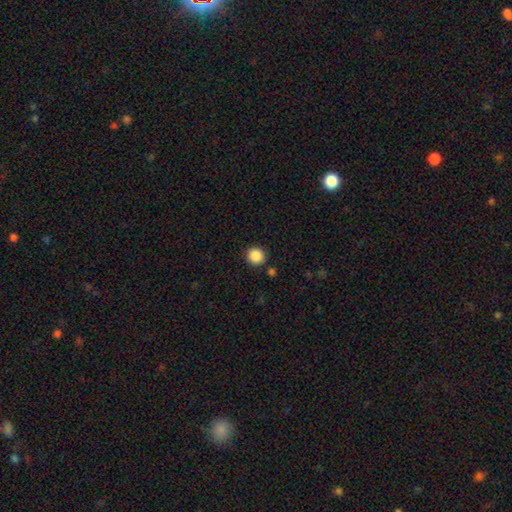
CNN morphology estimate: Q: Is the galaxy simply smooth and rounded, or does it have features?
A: smooth — 88%.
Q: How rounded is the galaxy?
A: round — 93%.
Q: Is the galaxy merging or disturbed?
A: none — 89%.